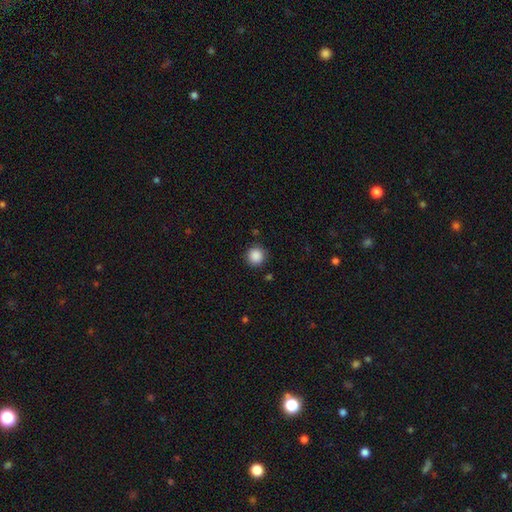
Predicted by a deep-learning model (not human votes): Overall: smooth (88%). How rounded: round (95%). Merging: none (89%).